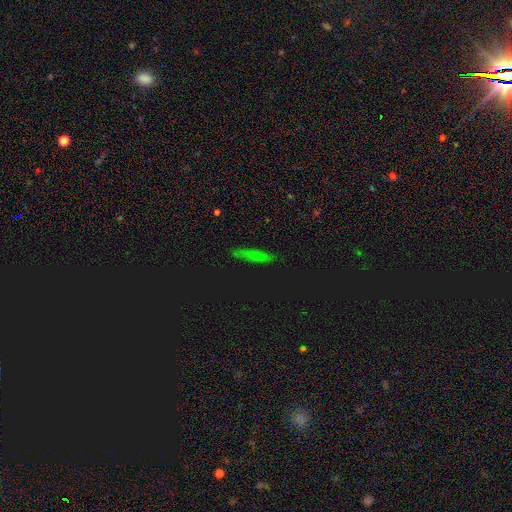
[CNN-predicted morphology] Overall: smooth (59%; star or artifact 23%). How rounded: cigar-shaped (80%). Merging: none (85%).